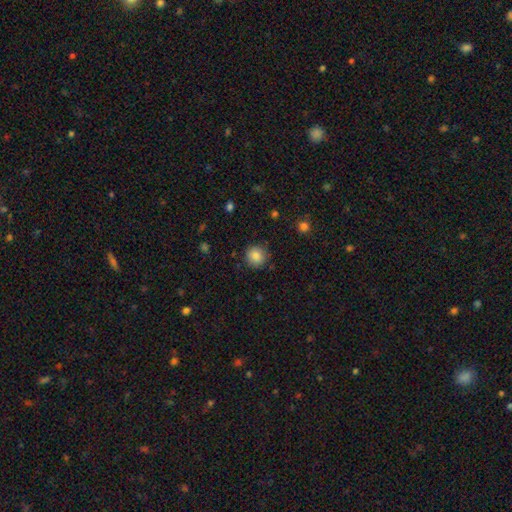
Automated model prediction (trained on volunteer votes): This appears to be a smooth galaxy with no disk features (85%) that is round (93%). Merging: none (88%).